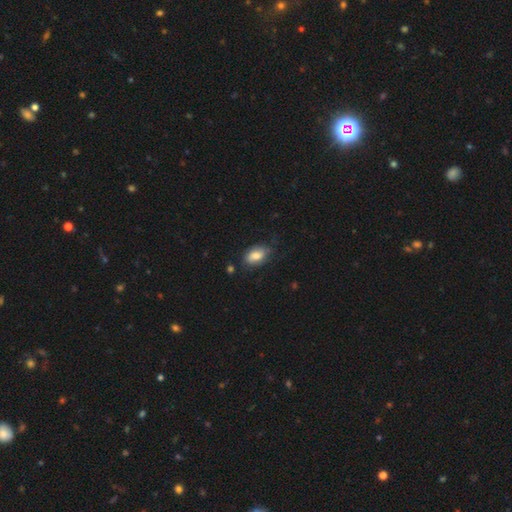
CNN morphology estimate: smooth-or-featured: smooth: 76% | featured or disk: 17% | star or artifact: 7%
  how-rounded: in between: 91% | round: 7% | cigar-shaped: 3%
  merging: none: 66% | minor disturbance: 24% | major disturbance: 7% | merger: 2%